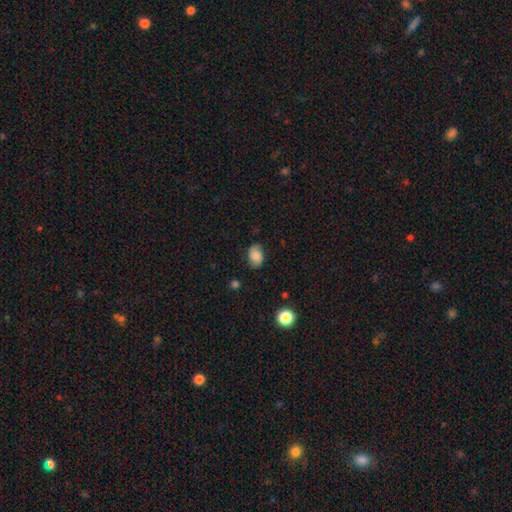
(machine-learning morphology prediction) A smooth galaxy with no disk features (78%) that is in between round and cigar-shaped (80%). Merging: none (77%).